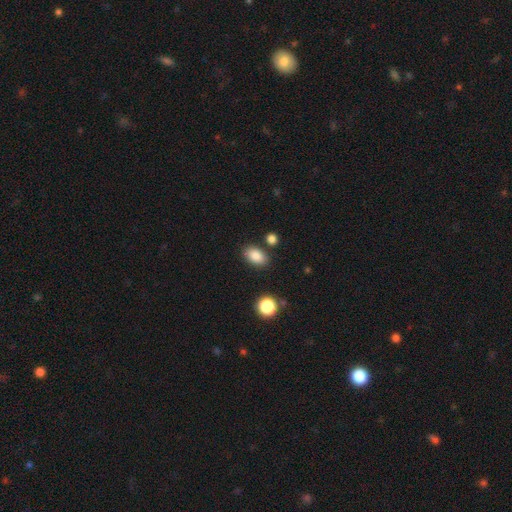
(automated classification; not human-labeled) A smooth galaxy with no disk features (86%) that is in between round and cigar-shaped (87%).

Vote fractions:
- Smooth or featured? smooth: 86% / star or artifact: 9% / featured or disk: 5%
- How rounded? in between: 87% / round: 11% / cigar-shaped: 2%
- Merging? none: 82% / minor disturbance: 10% / merger: 5% / major disturbance: 3%